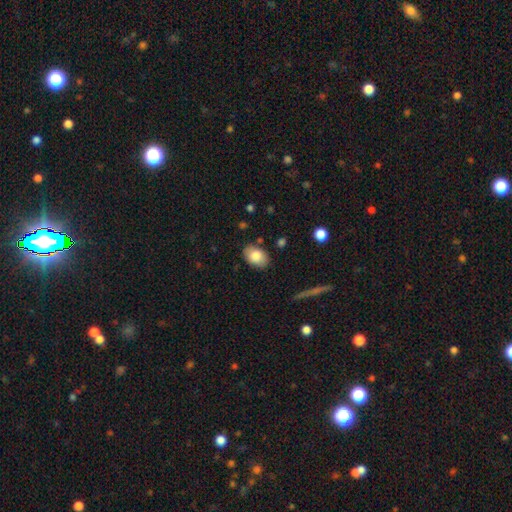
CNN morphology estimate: Smooth or featured?
  - smooth: 84% *
  - featured or disk: 9%
  - star or artifact: 7%
How rounded?
  - in between: 85% *
  - round: 13%
  - cigar-shaped: 1%
Merging?
  - none: 83% *
  - minor disturbance: 12%
  - major disturbance: 3%
  - merger: 2%